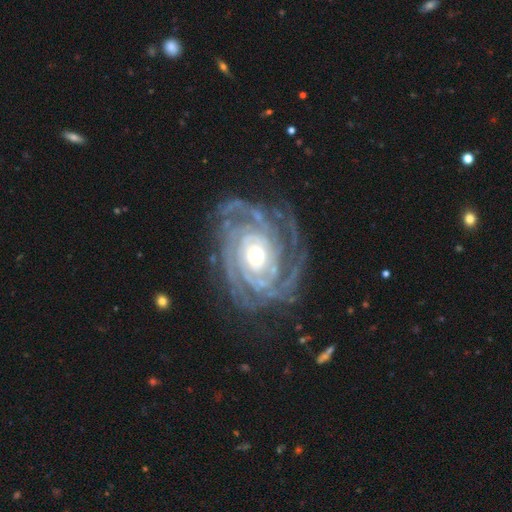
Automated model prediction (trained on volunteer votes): Smooth or featured? featured or disk (92%)
Edge-on disk? no (97%)
Bar? no (73%)
Spiral arms? yes (98%)
Spiral winding? tight (79%)
Spiral arm count? can't tell (22%)
Bulge size? moderate (58%)
Merging? none (71%)